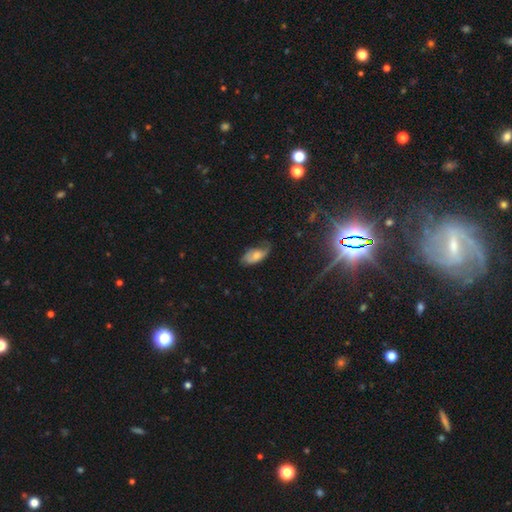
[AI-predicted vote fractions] The model was most divided on "merging": none: 41%, minor disturbance: 38%, major disturbance: 18%, merger: 2%. More confident: how rounded — in between (90%); smooth or featured — smooth (61%).